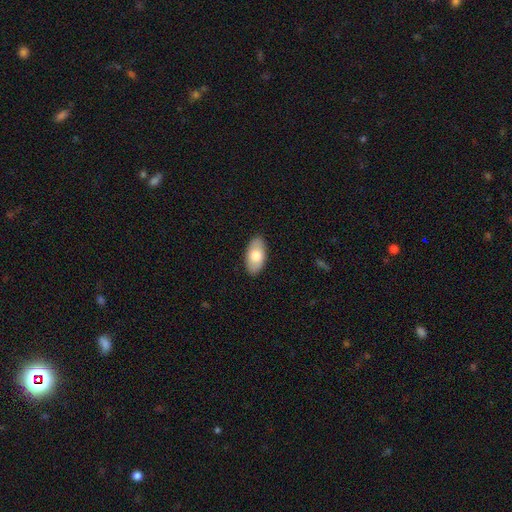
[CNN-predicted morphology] smooth-or-featured: smooth: 74% | featured or disk: 21% | star or artifact: 6%
  how-rounded: in between: 94% | round: 3% | cigar-shaped: 3%
  merging: none: 88% | minor disturbance: 9% | major disturbance: 2% | merger: 1%